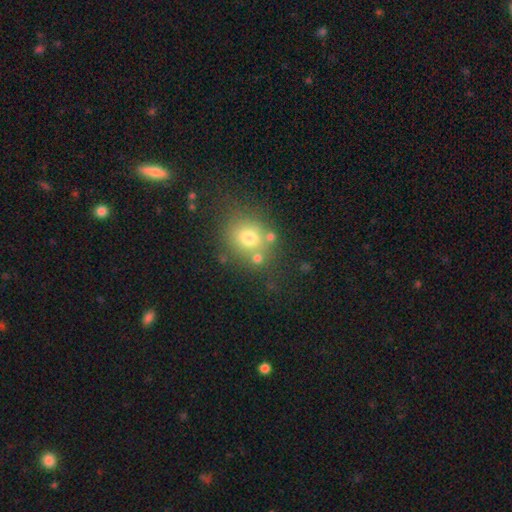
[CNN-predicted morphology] type=smooth (56%); roundness=round (73%); merging=none (61%).